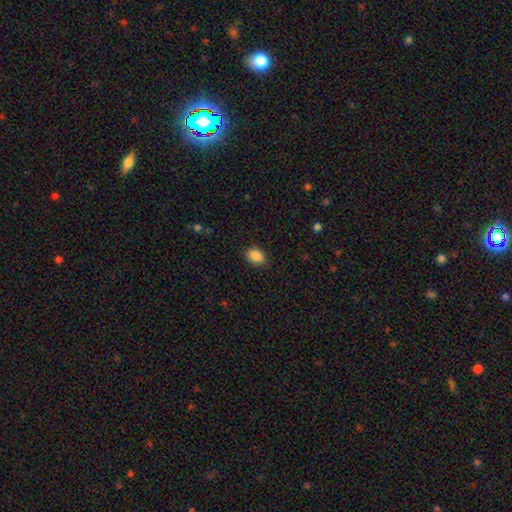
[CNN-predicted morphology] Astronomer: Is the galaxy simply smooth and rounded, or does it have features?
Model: smooth — 88%.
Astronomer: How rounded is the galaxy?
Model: in between — 73%.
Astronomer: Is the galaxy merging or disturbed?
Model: none — 84%.